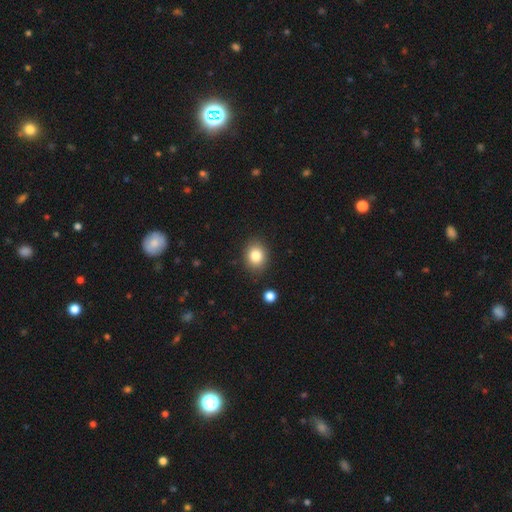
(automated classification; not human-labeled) This is clearly a smooth galaxy (83%). How rounded: possibly round (54%). Merging: clearly none (86%).